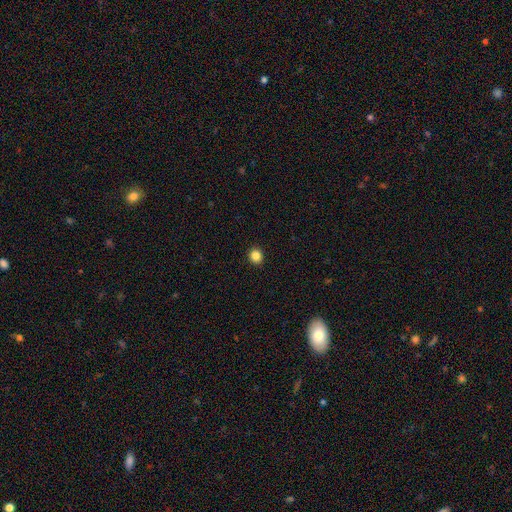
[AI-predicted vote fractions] A smooth galaxy with no disk features (85%) that is round (85%).

Vote fractions:
- Smooth or featured? smooth: 85% / star or artifact: 11% / featured or disk: 3%
- How rounded? round: 85% / in between: 14% / cigar-shaped: 1%
- Merging? none: 93% / minor disturbance: 5% / major disturbance: 2% / merger: 1%